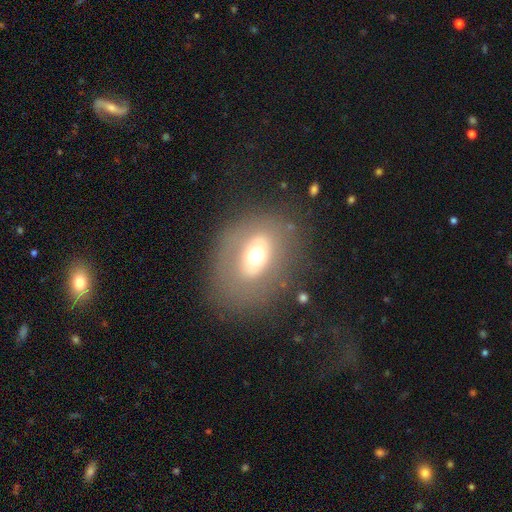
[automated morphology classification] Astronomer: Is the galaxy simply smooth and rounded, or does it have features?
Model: smooth — 53% (runner-up: featured or disk, 35%).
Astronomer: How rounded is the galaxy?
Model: in between — 66%.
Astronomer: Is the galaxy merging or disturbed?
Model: none — 75%.